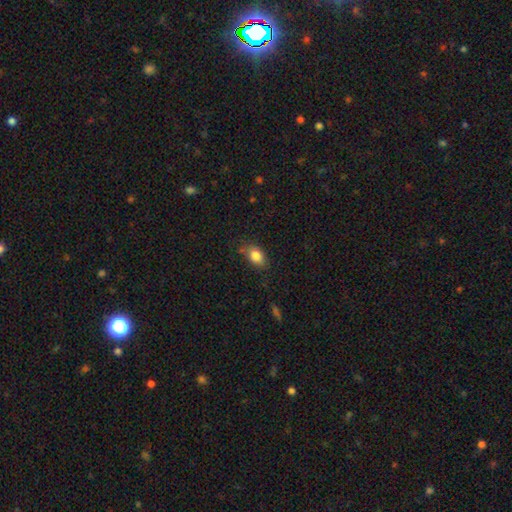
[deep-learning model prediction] Smooth or featured? smooth (84%)
How rounded? in between (80%)
Merging? none (72%)